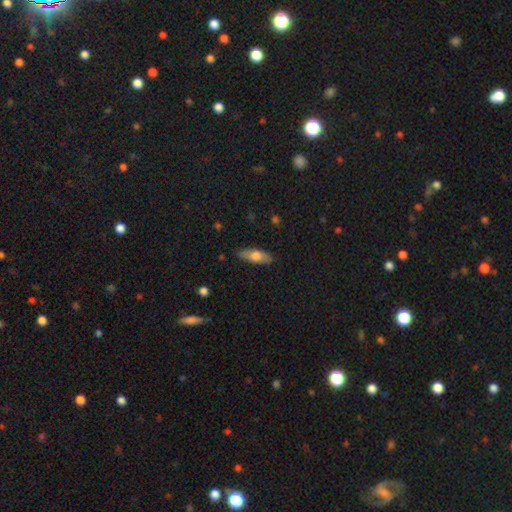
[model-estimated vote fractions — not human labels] Overall: smooth (64%; featured or disk 30%). How rounded: in between (62%; cigar-shaped 35%). Merging: none (84%).